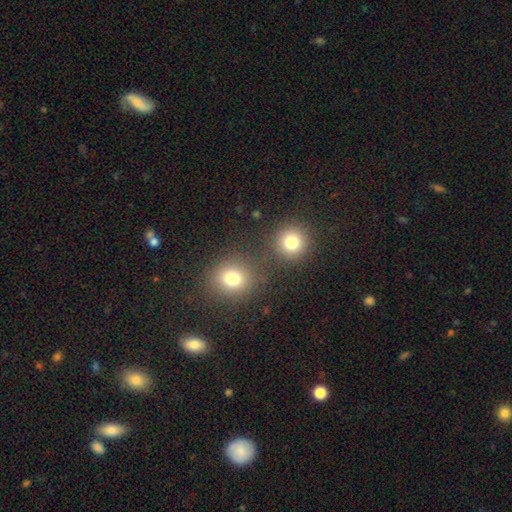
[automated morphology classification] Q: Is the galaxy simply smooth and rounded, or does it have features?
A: smooth — 60%.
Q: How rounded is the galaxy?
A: round — 89%.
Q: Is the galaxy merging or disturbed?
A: none — 78%.